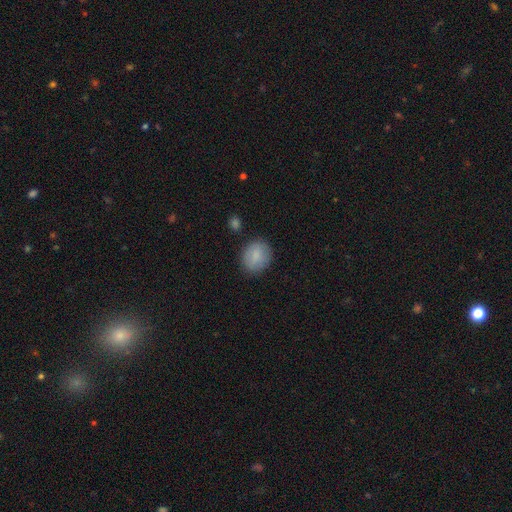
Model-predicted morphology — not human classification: smooth-or-featured: smooth: 85% | featured or disk: 8% | star or artifact: 7%
  how-rounded: round: 51% | in between: 47% | cigar-shaped: 1%
  merging: none: 82% | minor disturbance: 13% | major disturbance: 3% | merger: 2%